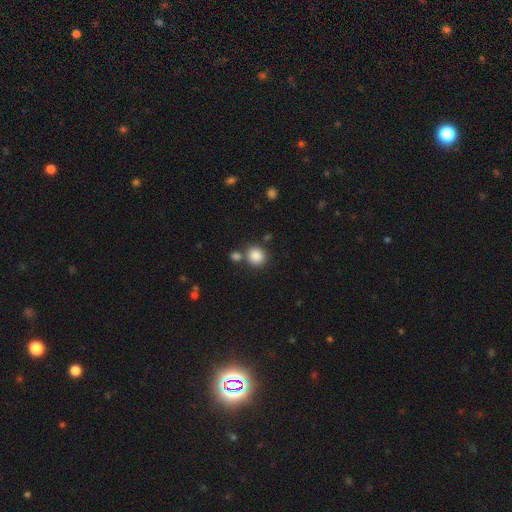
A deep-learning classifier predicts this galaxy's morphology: This is clearly a smooth galaxy (87%). How rounded: clearly round (82%). Merging: likely none (68%).